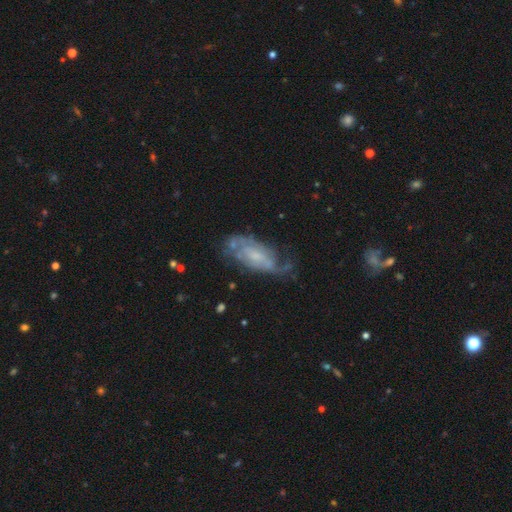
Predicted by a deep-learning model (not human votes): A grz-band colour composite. It shows a featured or disk galaxy (71%) with no bar (57%), 2 (42%) medium (41%) spiral arms (82%) and a small central bulge (50%). Merging: none (51%).